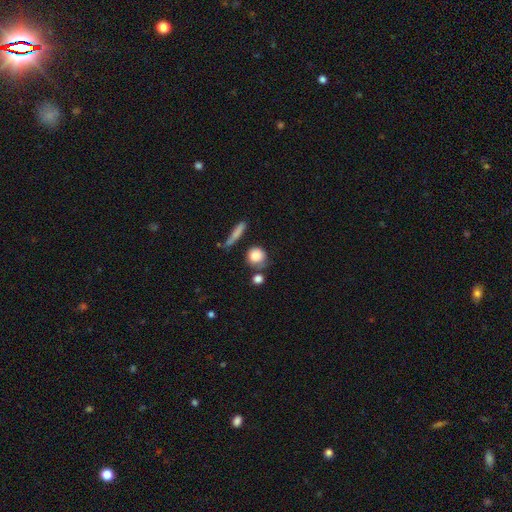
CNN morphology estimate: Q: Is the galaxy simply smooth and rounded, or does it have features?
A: smooth — 81%.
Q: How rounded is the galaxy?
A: round — 82%.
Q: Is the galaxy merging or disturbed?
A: none — 61%.